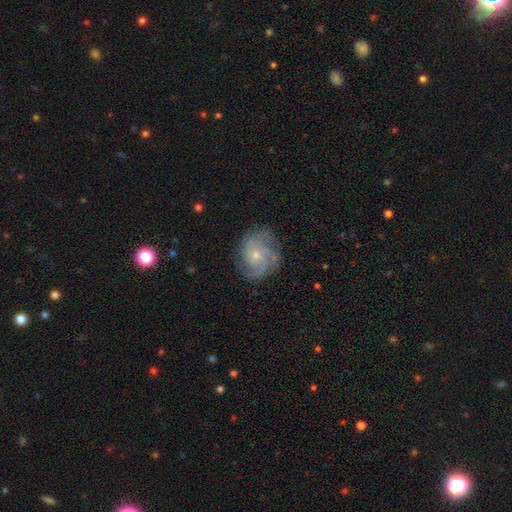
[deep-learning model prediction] Q: Smooth or featured?
A: featured or disk (74%); runner-up: smooth (18%)
Q: Edge-on disk?
A: no (98%); runner-up: yes (2%)
Q: Bar?
A: no (78%); runner-up: weak (20%)
Q: Spiral arms?
A: yes (93%); runner-up: no (7%)
Q: Spiral winding?
A: tight (46%); runner-up: medium (40%)
Q: Spiral arm count?
A: can't tell (28%); tied with: 3 (28%)
Q: Bulge size?
A: small (65%); runner-up: moderate (31%)
Q: Merging?
A: none (73%); runner-up: minor disturbance (18%)